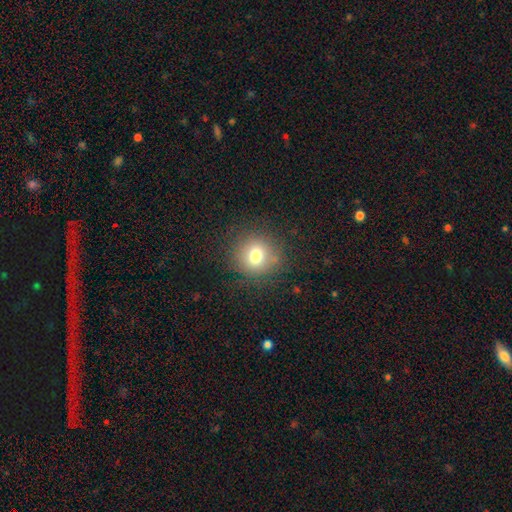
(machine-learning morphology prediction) A smooth galaxy with no disk features (74%) that is round (90%).

Vote fractions:
- Smooth or featured? smooth: 74% / star or artifact: 15% / featured or disk: 11%
- How rounded? round: 90% / in between: 9% / cigar-shaped: 1%
- Merging? none: 84% / minor disturbance: 10% / major disturbance: 5% / merger: 1%